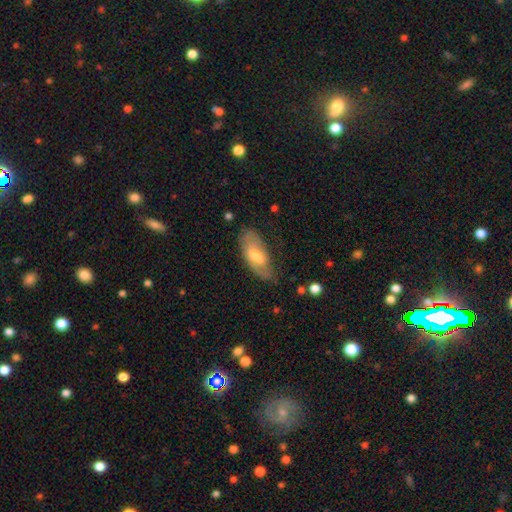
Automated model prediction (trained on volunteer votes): Smooth or featured: featured or disk — 47% (tied with smooth — 47%)
Merging: none — 68% (minor disturbance — 23%)